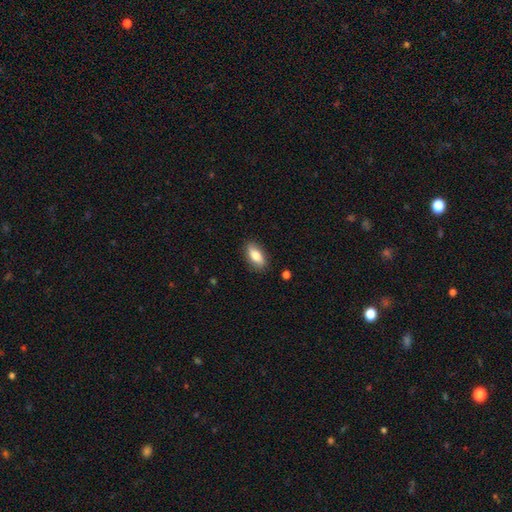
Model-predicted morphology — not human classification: A smooth galaxy with no disk features (78%) that is in between round and cigar-shaped (84%).

Vote fractions:
- Smooth or featured? smooth: 78% / featured or disk: 16% / star or artifact: 7%
- How rounded? in between: 84% / cigar-shaped: 12% / round: 4%
- Merging? none: 86% / minor disturbance: 10% / major disturbance: 2% / merger: 1%